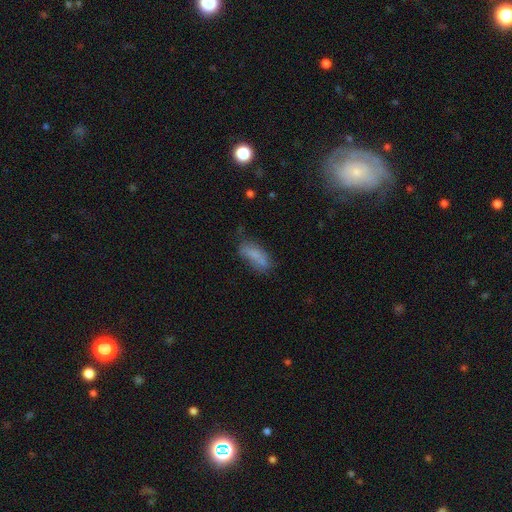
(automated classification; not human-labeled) Smooth or featured: smooth — 72% (featured or disk — 18%)
How rounded: in between — 67% (cigar-shaped — 30%)
Merging: none — 52% (minor disturbance — 28%)